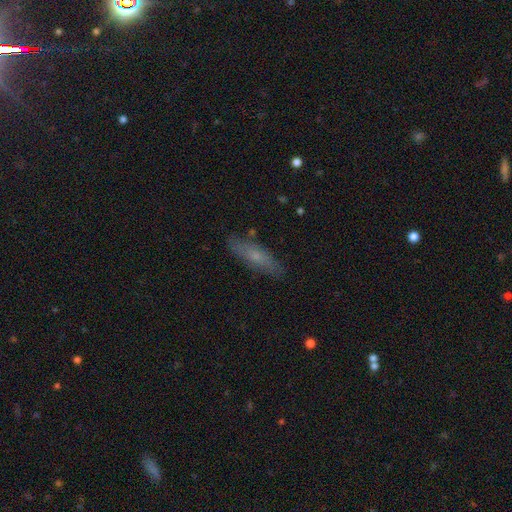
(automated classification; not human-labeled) Smooth or featured?
  - smooth: 56% *
  - featured or disk: 36%
  - star or artifact: 8%
How rounded?
  - cigar-shaped: 66% *
  - in between: 31%
  - round: 2%
Merging?
  - none: 82% *
  - minor disturbance: 13%
  - major disturbance: 3%
  - merger: 2%